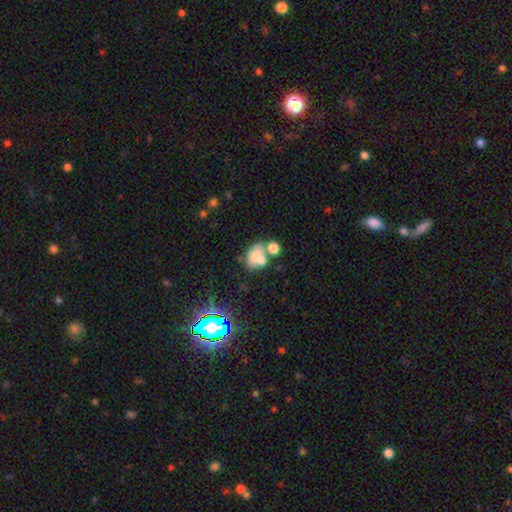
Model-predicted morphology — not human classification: smooth-or-featured: smooth: 63% | featured or disk: 23% | star or artifact: 13%
  how-rounded: in between: 71% | round: 28% | cigar-shaped: 1%
  merging: merger: 46% | none: 33% | minor disturbance: 13% | major disturbance: 7%